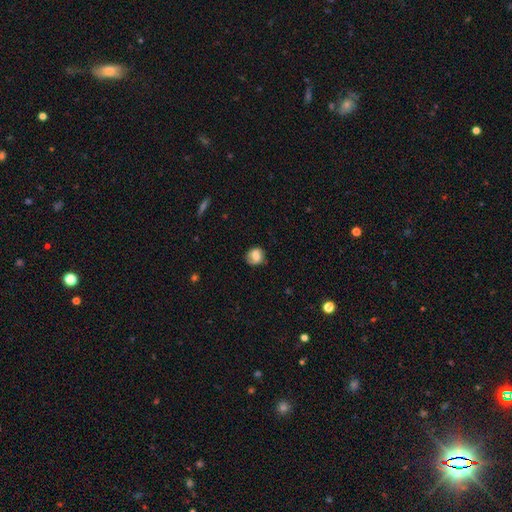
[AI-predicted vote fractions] Morphology: type=smooth (65%); roundness=round (69%); merging=none (74%).